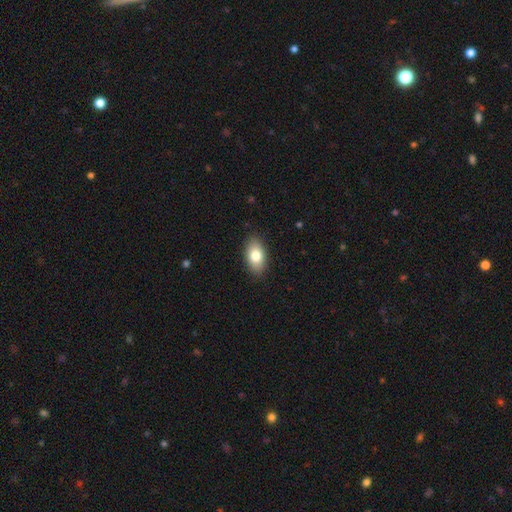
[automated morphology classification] A smooth galaxy with no disk features (79%) that is in between round and cigar-shaped (92%).

Vote fractions:
- Smooth or featured? smooth: 79% / featured or disk: 13% / star or artifact: 7%
- How rounded? in between: 92% / round: 6% / cigar-shaped: 2%
- Merging? none: 88% / minor disturbance: 9% / major disturbance: 2% / merger: 1%